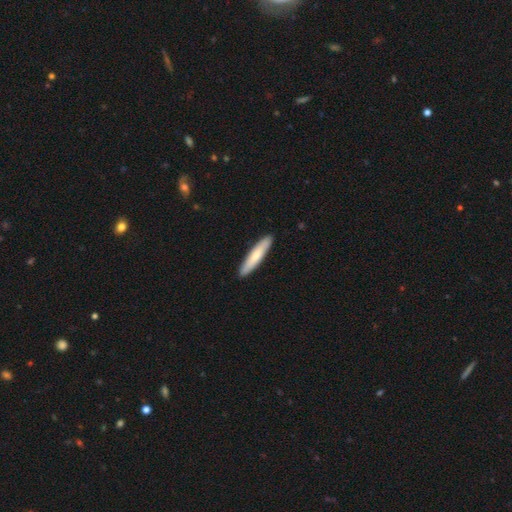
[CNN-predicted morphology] Q: Smooth or featured?
A: smooth (75%); runner-up: featured or disk (21%)
Q: How rounded?
A: cigar-shaped (88%); runner-up: in between (11%)
Q: Merging?
A: none (91%); runner-up: minor disturbance (6%)